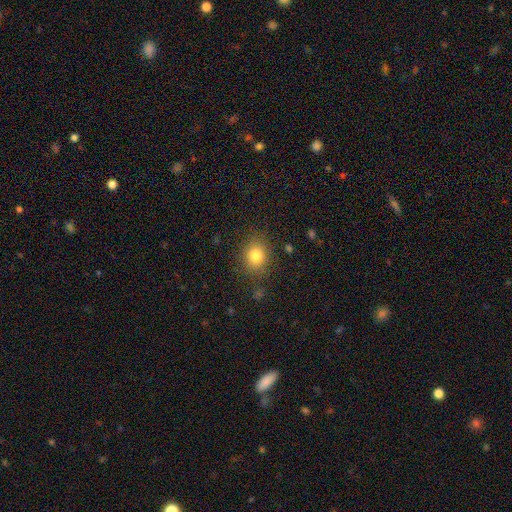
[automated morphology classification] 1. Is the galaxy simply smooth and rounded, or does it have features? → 81% smooth, 12% star or artifact, 7% featured or disk.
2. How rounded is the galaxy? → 64% round, 35% in between, 1% cigar-shaped.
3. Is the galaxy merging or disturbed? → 84% none, 10% minor disturbance, 4% major disturbance, 2% merger.